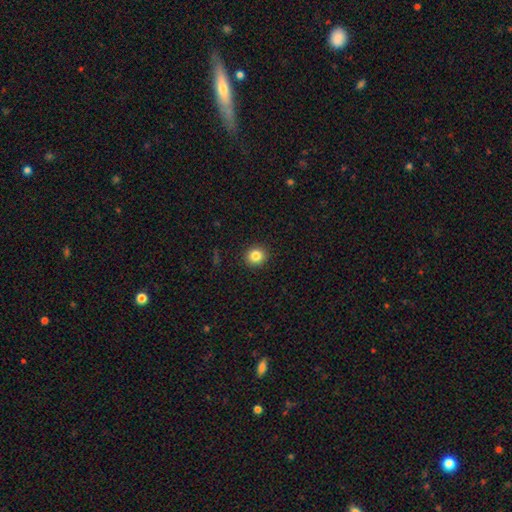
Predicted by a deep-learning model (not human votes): This appears to be a smooth galaxy with no disk features (84%) that is round (89%). Merging: none (92%).